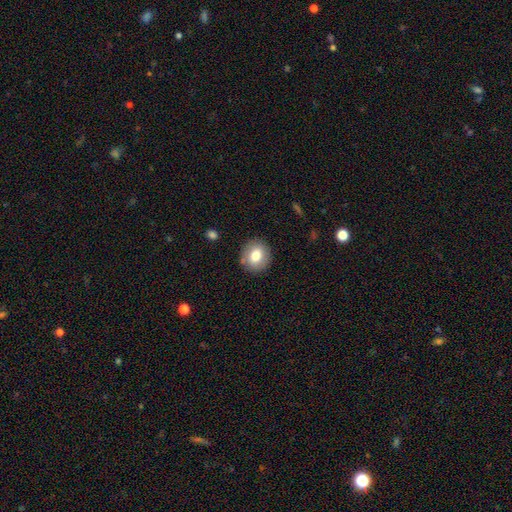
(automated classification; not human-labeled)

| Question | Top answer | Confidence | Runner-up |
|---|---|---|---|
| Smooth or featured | smooth | 77% | featured or disk (14%) |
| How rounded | round | 77% | in between (22%) |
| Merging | none | 87% | minor disturbance (9%) |